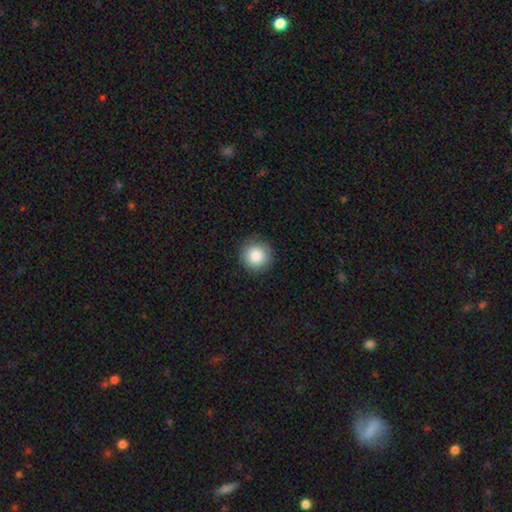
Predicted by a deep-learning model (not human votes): A smooth galaxy with no disk features (86%) that is round (96%). Merging: none (90%).